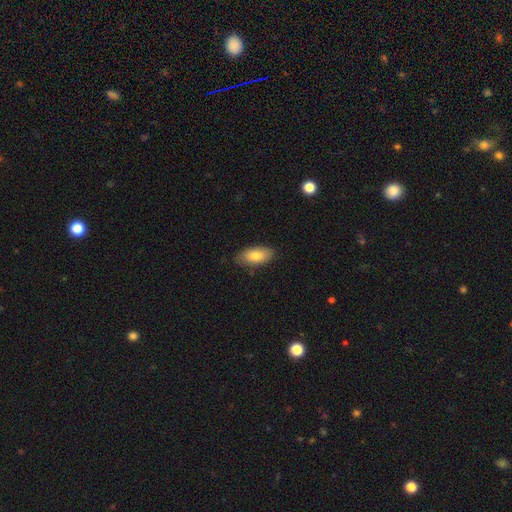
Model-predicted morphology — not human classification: A smooth galaxy with no disk features (80%) that is in between round and cigar-shaped (91%). Merging: none (81%).